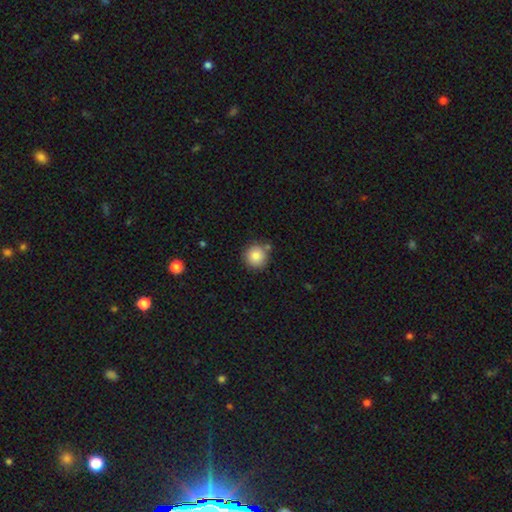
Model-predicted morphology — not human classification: Smooth or featured: smooth — 85% (star or artifact — 9%)
How rounded: round — 94% (in between — 5%)
Merging: none — 78% (minor disturbance — 11%)